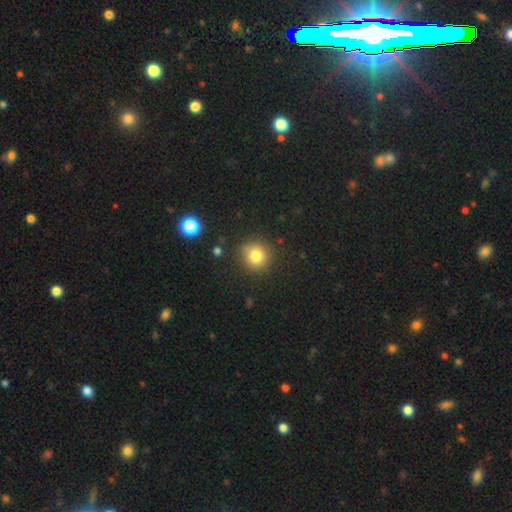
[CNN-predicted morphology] type=smooth (80%); roundness=round (91%); merging=none (84%).